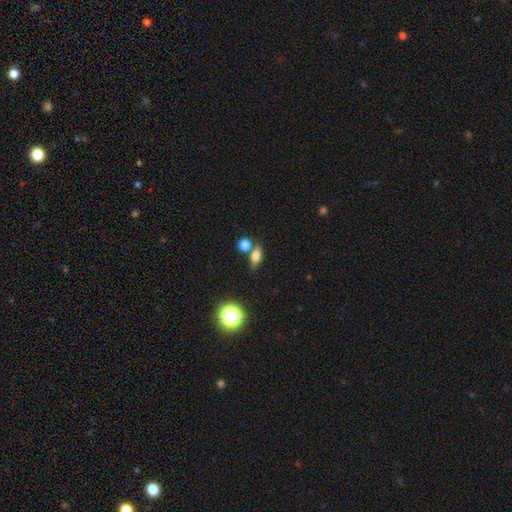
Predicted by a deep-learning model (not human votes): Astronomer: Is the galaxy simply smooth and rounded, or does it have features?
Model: smooth — 69%.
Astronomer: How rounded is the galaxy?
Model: in between — 65%.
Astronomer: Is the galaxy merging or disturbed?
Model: none — 65%.